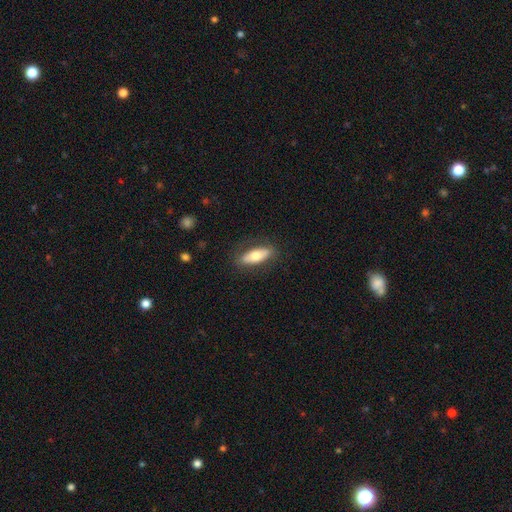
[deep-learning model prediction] Morphology: type=smooth (66%); roundness=in between (64%); merging=none (83%).